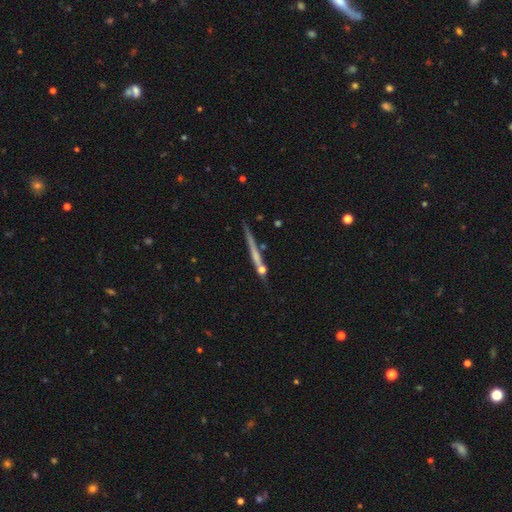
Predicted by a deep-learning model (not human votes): smooth-or-featured: featured or disk: 54% | smooth: 38% | star or artifact: 9%
  disk-edge-on: yes: 94% | no: 6%
    edge-on-bulge: none: 75% | rounded: 18% | boxy: 7%
  merging: none: 72% | minor disturbance: 13% | merger: 10% | major disturbance: 4%